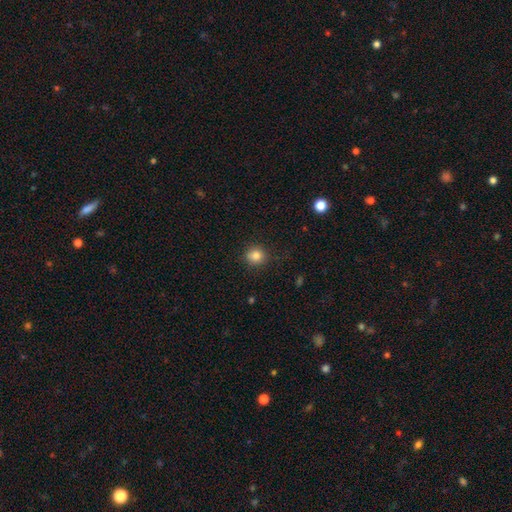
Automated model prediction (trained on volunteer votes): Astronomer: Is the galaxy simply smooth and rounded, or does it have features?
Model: smooth — 83%.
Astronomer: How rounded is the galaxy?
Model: round — 89%.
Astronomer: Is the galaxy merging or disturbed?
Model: none — 88%.